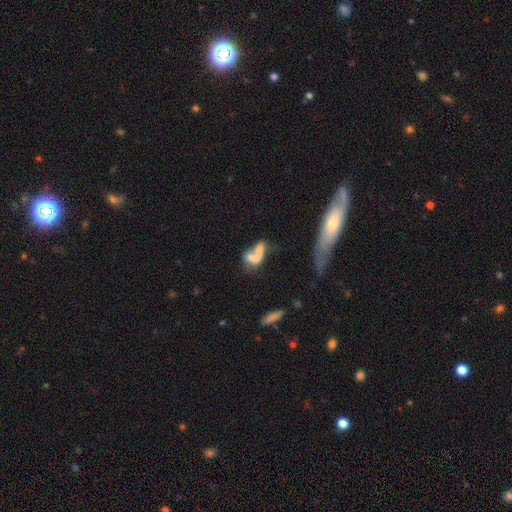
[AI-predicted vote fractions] A smooth galaxy with no disk features (50%) that is in between round and cigar-shaped (74%).

Vote fractions:
- Smooth or featured? smooth: 50% / featured or disk: 39% / star or artifact: 11%
- How rounded? in between: 74% / cigar-shaped: 15% / round: 11%
- Merging? merger: 48% / none: 21% / major disturbance: 19% / minor disturbance: 12%